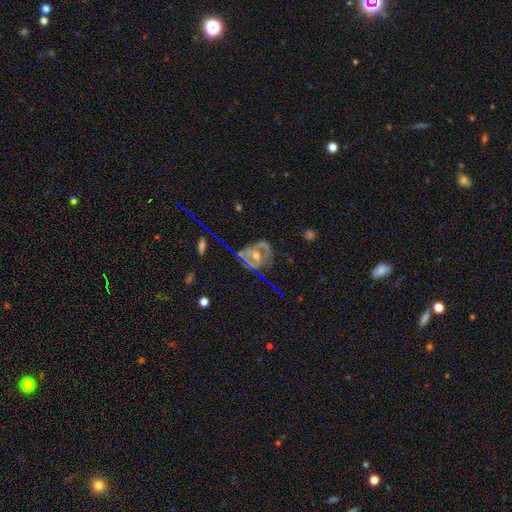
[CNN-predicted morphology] A featured or disk galaxy (67%) with no bar (71%), spiral arms (57%) and a moderate central bulge (64%). Merging: none (50%).